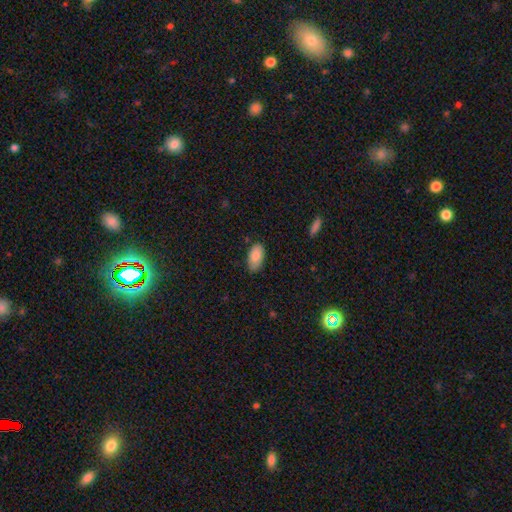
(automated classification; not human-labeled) Smooth or featured: smooth — 87% (star or artifact — 6%)
How rounded: in between — 94% (cigar-shaped — 3%)
Merging: none — 77% (minor disturbance — 19%)